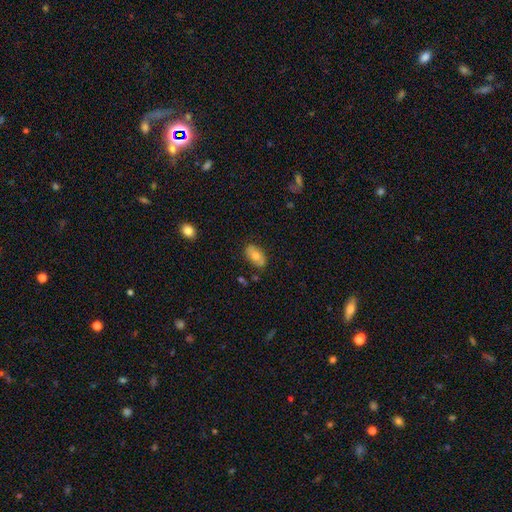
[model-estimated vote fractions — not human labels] Smooth or featured: smooth — 61% (featured or disk — 31%)
How rounded: in between — 91% (round — 6%)
Merging: none — 80% (minor disturbance — 15%)